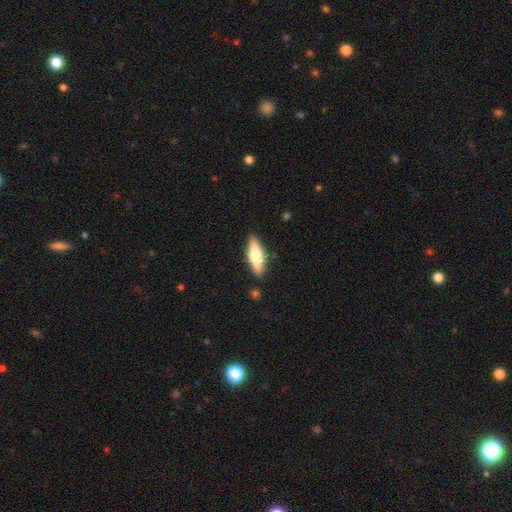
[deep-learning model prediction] Smooth or featured?
  - smooth: 55% *
  - featured or disk: 39%
  - star or artifact: 6%
How rounded?
  - in between: 53% *
  - cigar-shaped: 45%
  - round: 2%
Merging?
  - none: 85% *
  - minor disturbance: 10%
  - major disturbance: 2%
  - merger: 2%